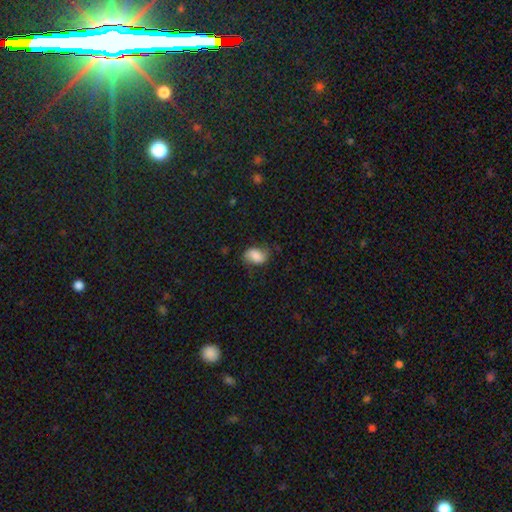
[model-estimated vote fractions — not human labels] The model was most divided on "smooth or featured": smooth: 63%, featured or disk: 27%, star or artifact: 10%. More confident: how rounded — in between (79%); merging — none (63%).